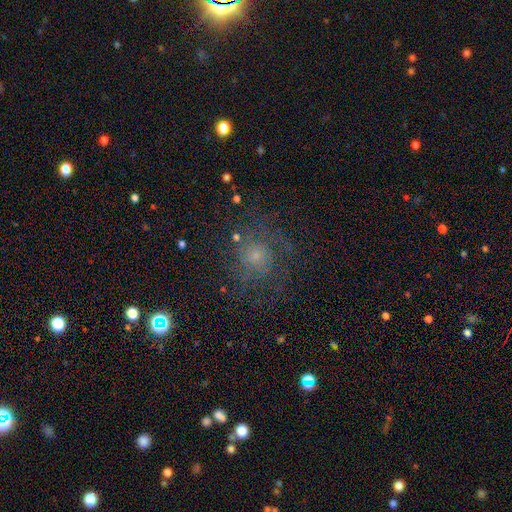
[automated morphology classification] Smooth or featured? Predicted: featured or disk (p=0.40). Merging? Predicted: none (p=0.71).